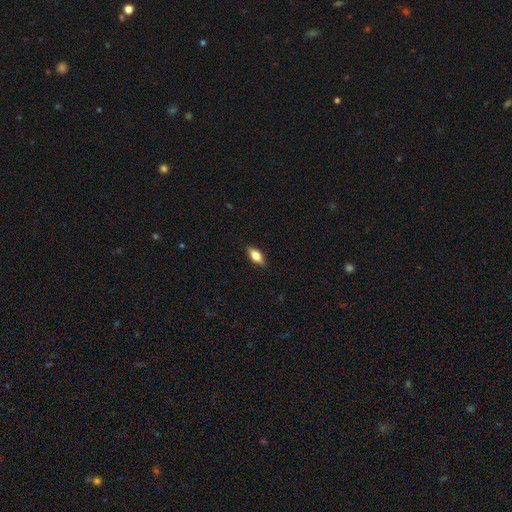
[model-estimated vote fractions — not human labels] smooth_or_featured: smooth (p=0.74) [alt: featured or disk p=0.18]
how_rounded: in between (p=0.81) [alt: cigar-shaped p=0.16]
merging: none (p=0.87) [alt: minor disturbance p=0.10]